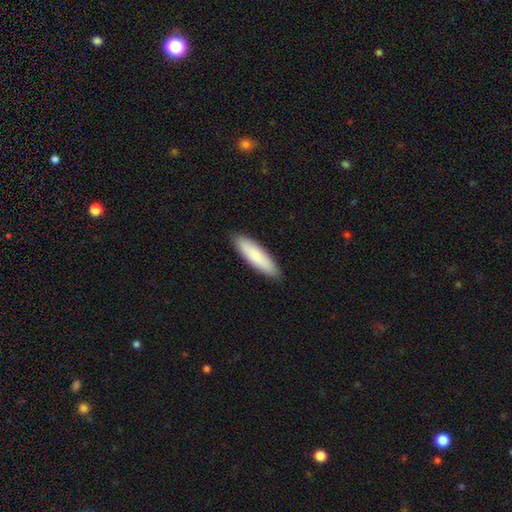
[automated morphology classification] A smooth galaxy with no disk features (84%) that is cigar-shaped (67%). Merging: none (90%).